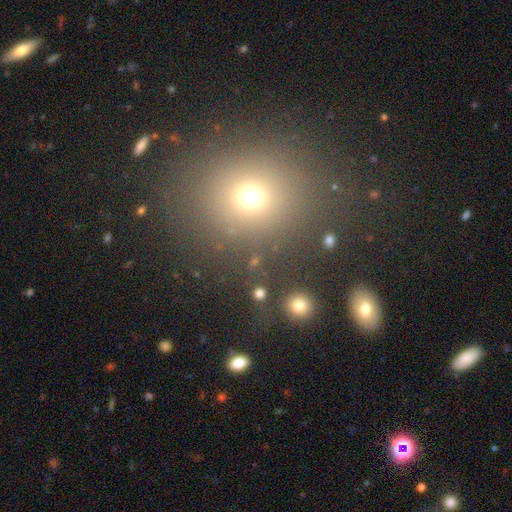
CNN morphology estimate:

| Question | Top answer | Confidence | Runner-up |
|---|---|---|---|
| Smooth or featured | smooth | 65% | star or artifact (26%) |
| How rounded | round | 75% | in between (23%) |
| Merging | none | 83% | minor disturbance (9%) |